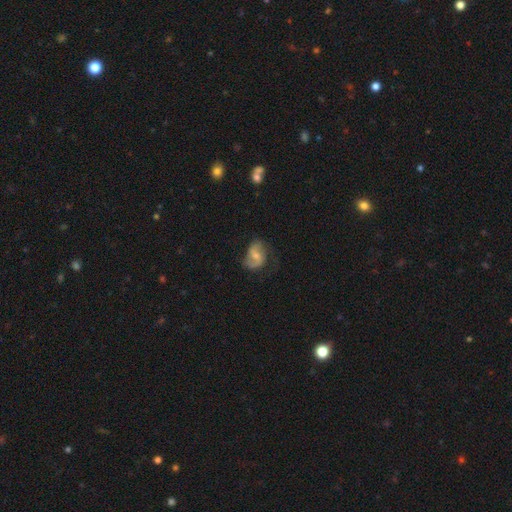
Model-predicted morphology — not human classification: Smooth or featured? featured or disk (64%)
Edge-on disk? no (97%)
Bar? weak (48%)
Spiral arms? yes (88%)
Spiral winding? medium (43%, tied with loose)
Spiral arm count? 2 (80%)
Bulge size? small (44%)
Merging? none (57%)